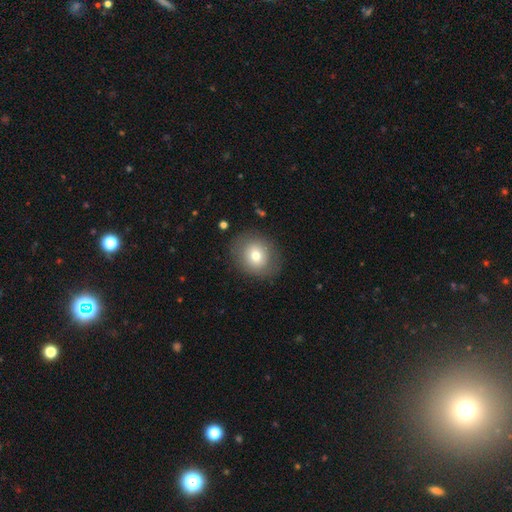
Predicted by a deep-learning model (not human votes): This appears to be a smooth galaxy with no disk features (74%) that is round (73%). Merging: none (83%).